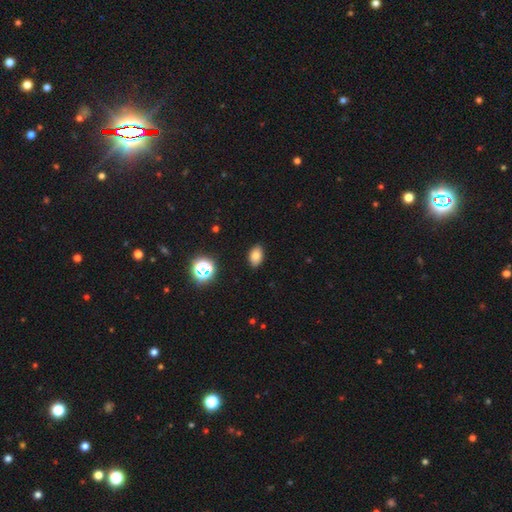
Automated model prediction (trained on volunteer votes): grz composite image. It shows a smooth galaxy with no disk features (78%) that is in between round and cigar-shaped (88%). Merging: none (87%).